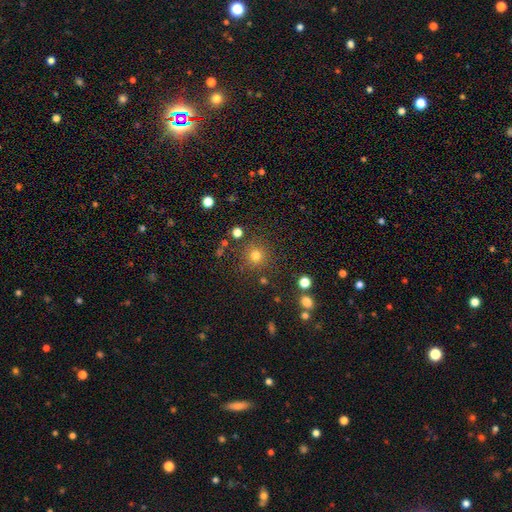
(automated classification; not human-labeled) The model was most divided on "smooth or featured": smooth: 77%, star or artifact: 17%, featured or disk: 6%. More confident: how rounded — round (94%); merging — none (84%).